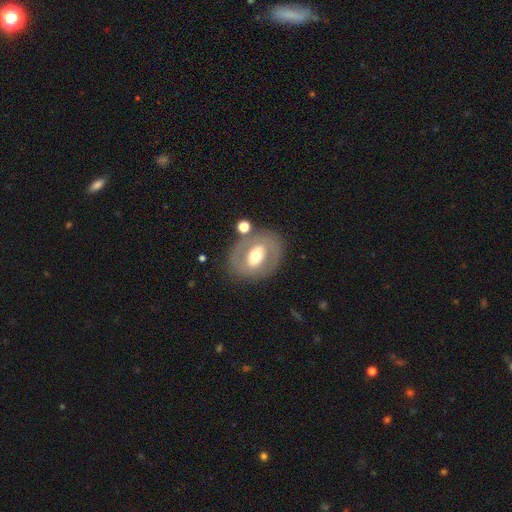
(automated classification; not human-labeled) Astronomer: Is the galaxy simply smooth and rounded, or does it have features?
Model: featured or disk — 57% (runner-up: smooth, 37%).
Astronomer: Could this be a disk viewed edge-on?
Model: no — 93%.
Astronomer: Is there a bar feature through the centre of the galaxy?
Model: no — 37% (runner-up: weak, 35%).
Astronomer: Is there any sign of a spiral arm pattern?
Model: no — 72%.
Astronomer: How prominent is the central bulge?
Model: moderate — 64%.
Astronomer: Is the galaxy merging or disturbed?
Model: none — 75%.